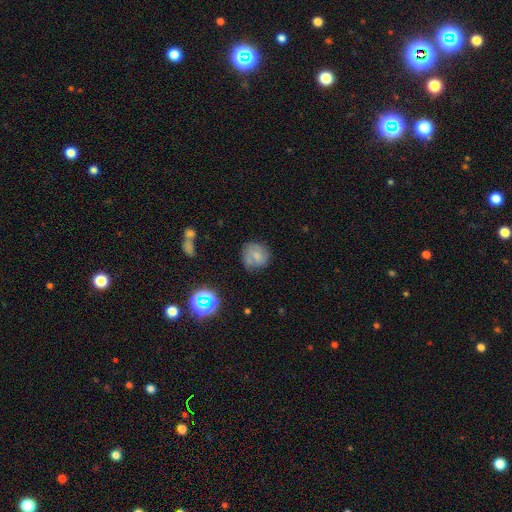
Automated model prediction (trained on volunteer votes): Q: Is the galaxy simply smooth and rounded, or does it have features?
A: smooth — 64%.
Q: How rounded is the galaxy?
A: round — 83%.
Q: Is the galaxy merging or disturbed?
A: none — 64%.